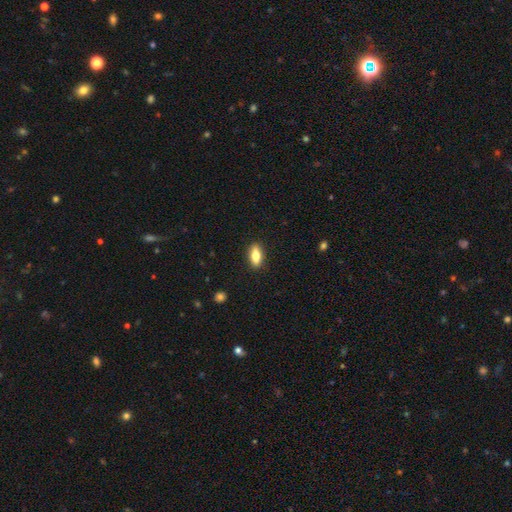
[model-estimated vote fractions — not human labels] A smooth galaxy with no disk features (74%) that is in between round and cigar-shaped (79%).

Vote fractions:
- Smooth or featured? smooth: 74% / featured or disk: 19% / star or artifact: 7%
- How rounded? in between: 79% / cigar-shaped: 18% / round: 4%
- Merging? none: 89% / minor disturbance: 8% / major disturbance: 2% / merger: 1%